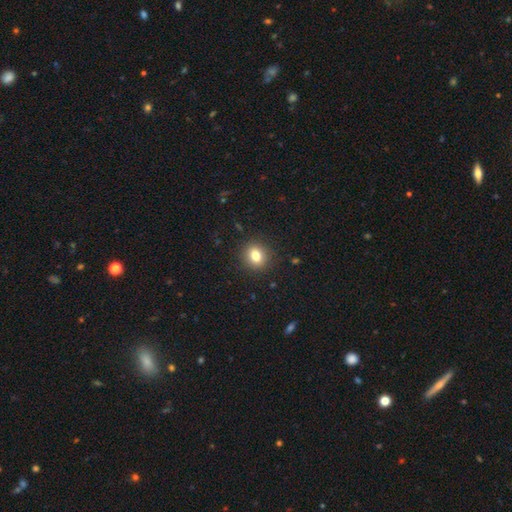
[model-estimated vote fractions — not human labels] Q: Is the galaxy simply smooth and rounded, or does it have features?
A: smooth — 81%.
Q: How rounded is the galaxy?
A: round — 75%.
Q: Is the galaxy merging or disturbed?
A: none — 90%.